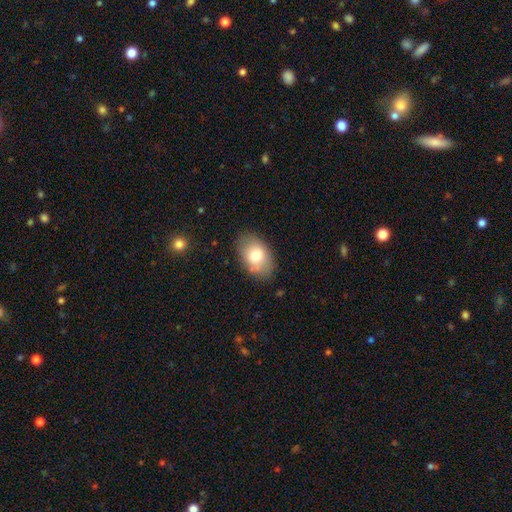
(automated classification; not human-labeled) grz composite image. It shows a smooth galaxy with no disk features (74%) that is in between round and cigar-shaped (87%). Merging: none (79%).